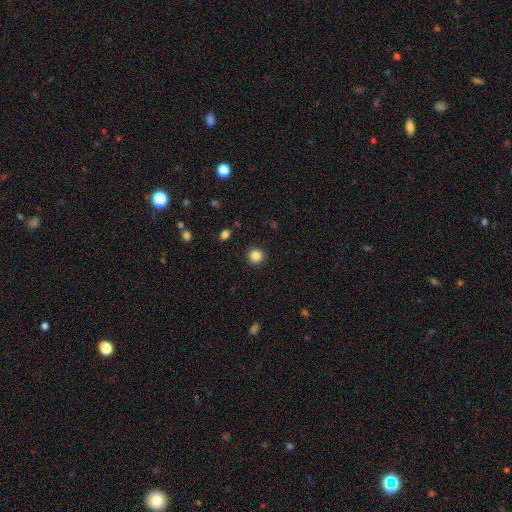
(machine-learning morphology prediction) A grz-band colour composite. It shows a smooth galaxy with no disk features (85%) that is round (95%). Merging: none (92%).